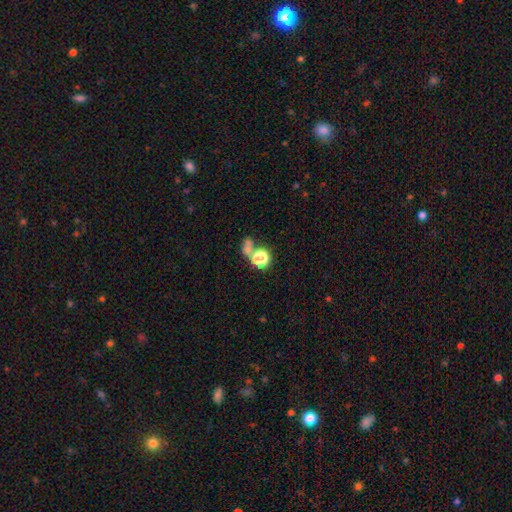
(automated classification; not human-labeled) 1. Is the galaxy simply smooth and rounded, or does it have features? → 44% smooth, 42% star or artifact, 13% featured or disk.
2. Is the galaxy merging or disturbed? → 57% none, 24% merger, 11% minor disturbance, 8% major disturbance.